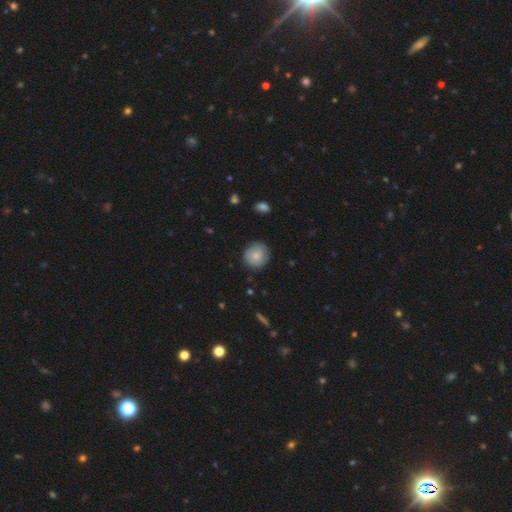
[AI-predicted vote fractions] smooth_or_featured: smooth (p=0.78) [alt: featured or disk p=0.15]
how_rounded: round (p=0.88) [alt: in between p=0.11]
merging: none (p=0.83) [alt: minor disturbance p=0.14]